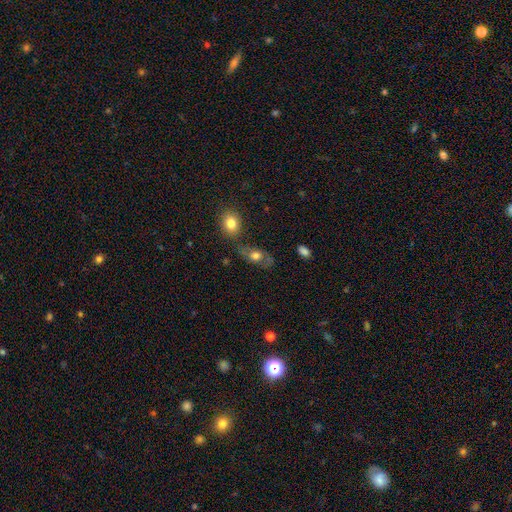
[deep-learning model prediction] smooth-or-featured: smooth: 62% | featured or disk: 28% | star or artifact: 10%
  how-rounded: in between: 74% | round: 21% | cigar-shaped: 5%
  merging: none: 56% | minor disturbance: 22% | major disturbance: 11% | merger: 11%